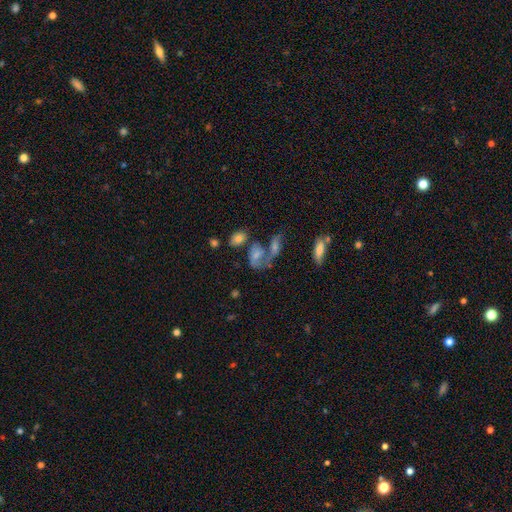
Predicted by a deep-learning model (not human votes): This is marginally a smooth galaxy (44%). Merging: marginally merger (36%).